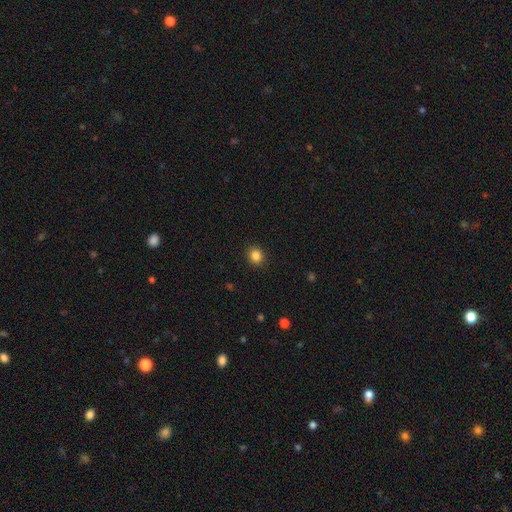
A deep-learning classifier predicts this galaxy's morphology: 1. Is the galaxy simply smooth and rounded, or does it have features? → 85% smooth, 11% star or artifact, 4% featured or disk.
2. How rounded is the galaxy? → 79% round, 21% in between, 1% cigar-shaped.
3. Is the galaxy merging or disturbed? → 91% none, 6% minor disturbance, 2% major disturbance, 1% merger.